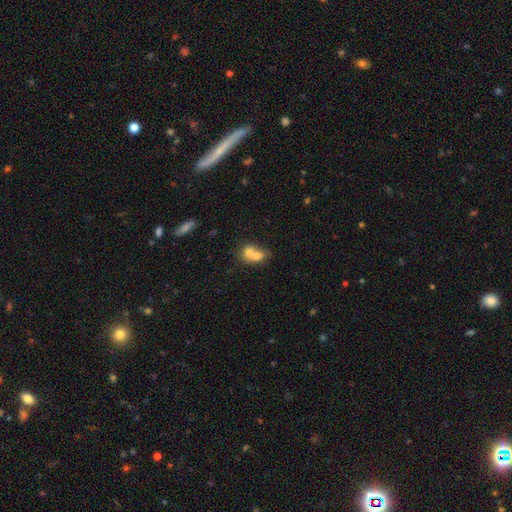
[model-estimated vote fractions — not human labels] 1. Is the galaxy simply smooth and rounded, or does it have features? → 69% smooth, 22% featured or disk, 9% star or artifact.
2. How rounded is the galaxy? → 51% in between, 47% round, 2% cigar-shaped.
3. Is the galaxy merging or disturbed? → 71% merger, 19% none, 6% minor disturbance, 4% major disturbance.